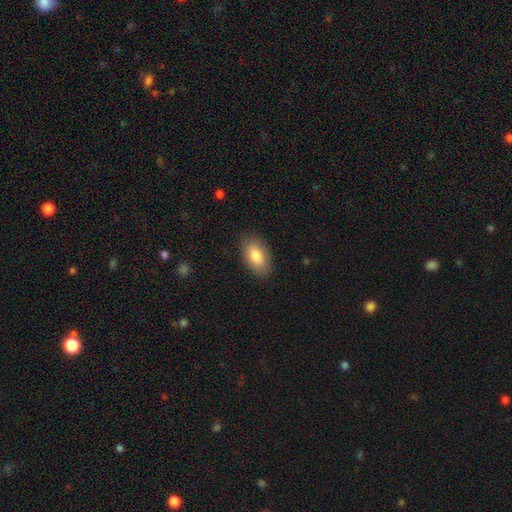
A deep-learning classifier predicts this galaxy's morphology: A smooth galaxy with no disk features (83%) that is in between round and cigar-shaped (93%). Merging: none (86%).